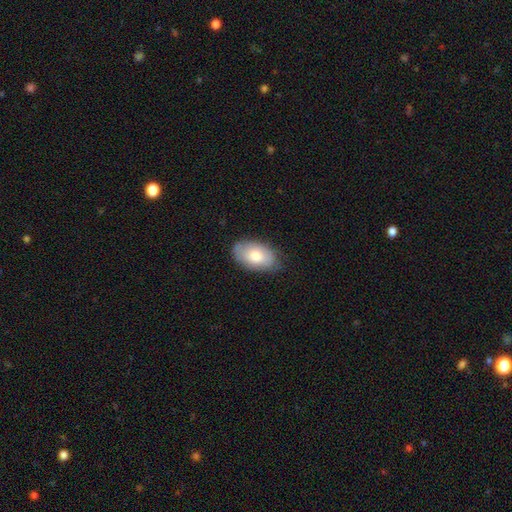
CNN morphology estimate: This is likely a smooth galaxy (73%). How rounded: clearly in between (93%). Merging: likely none (78%).